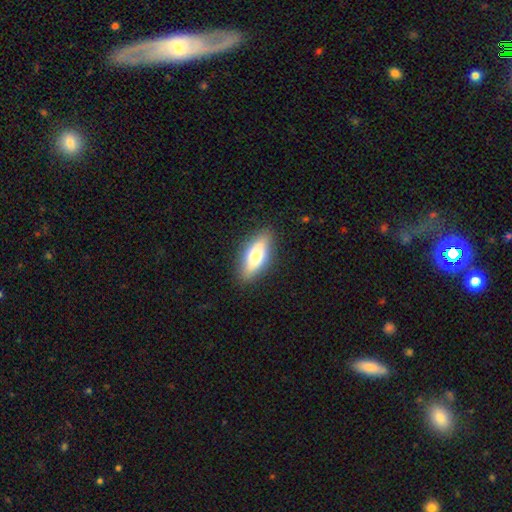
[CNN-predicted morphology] The model was most divided on "smooth or featured": smooth: 66%, featured or disk: 28%, star or artifact: 6%. More confident: merging — none (88%); how rounded — in between (70%).